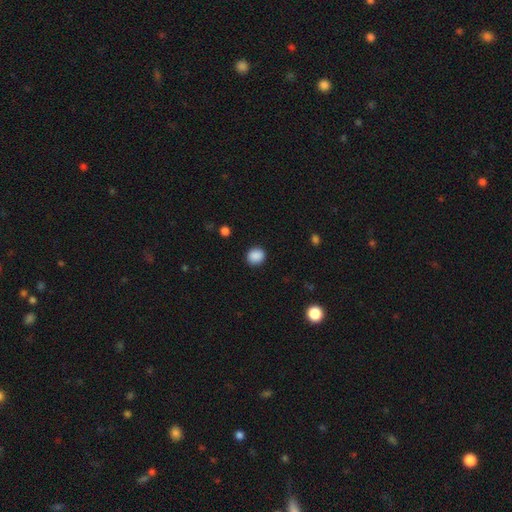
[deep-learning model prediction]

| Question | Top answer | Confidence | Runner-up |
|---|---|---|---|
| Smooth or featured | smooth | 89% | star or artifact (9%) |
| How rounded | round | 76% | in between (23%) |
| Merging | none | 90% | minor disturbance (7%) |